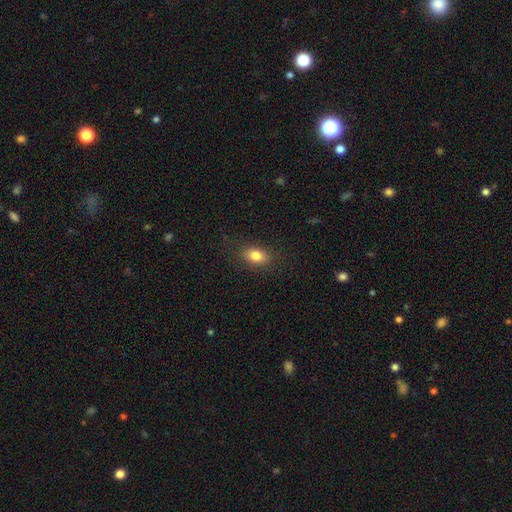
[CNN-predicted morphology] Smooth or featured? Predicted: smooth (p=0.81). How rounded? Predicted: in between (p=0.81). Merging? Predicted: none (p=0.85).